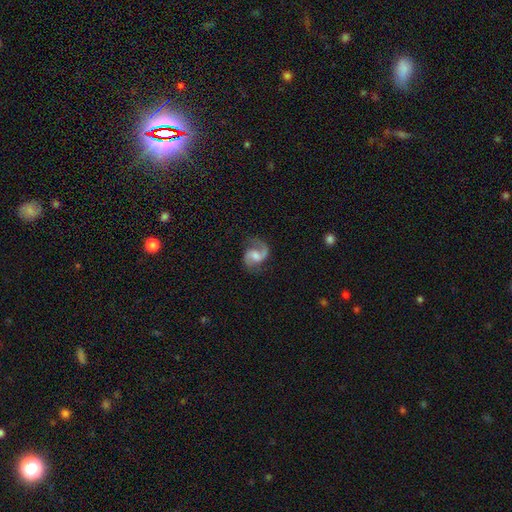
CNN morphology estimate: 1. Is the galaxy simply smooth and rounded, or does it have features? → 86% featured or disk, 8% smooth, 5% star or artifact.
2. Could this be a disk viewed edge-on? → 98% no, 2% yes.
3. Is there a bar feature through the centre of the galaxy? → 49% weak, 37% no, 14% strong.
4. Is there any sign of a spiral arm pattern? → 97% yes, 3% no.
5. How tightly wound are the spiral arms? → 52% medium, 37% loose, 12% tight.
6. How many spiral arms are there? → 88% 2, 7% 1, 2% can't tell, 1% 3, 1% 4, 1% more than 4.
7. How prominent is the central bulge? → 51% moderate, 30% small, 10% none, 8% large, 1% dominant.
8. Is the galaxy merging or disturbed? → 73% none, 16% minor disturbance, 9% major disturbance, 2% merger.